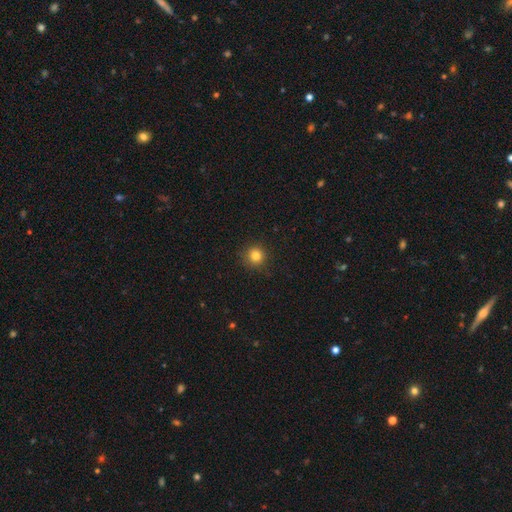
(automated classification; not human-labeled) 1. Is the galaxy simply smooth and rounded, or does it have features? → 82% smooth, 13% star or artifact, 5% featured or disk.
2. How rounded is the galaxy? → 94% round, 5% in between, 1% cigar-shaped.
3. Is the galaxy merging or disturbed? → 90% none, 7% minor disturbance, 2% major disturbance, 1% merger.